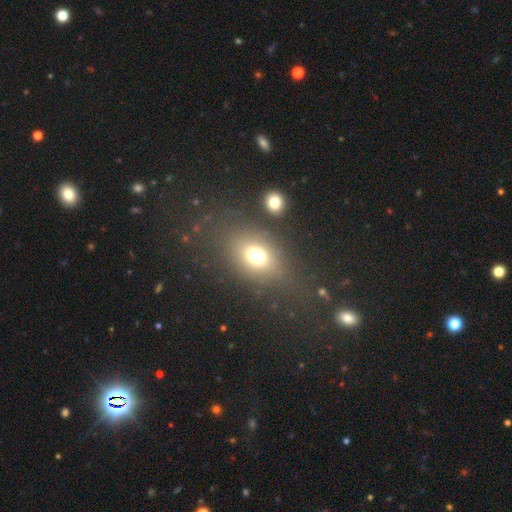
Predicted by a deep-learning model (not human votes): This is likely a smooth galaxy (70%). How rounded: likely in between (64%). Merging: likely none (66%).